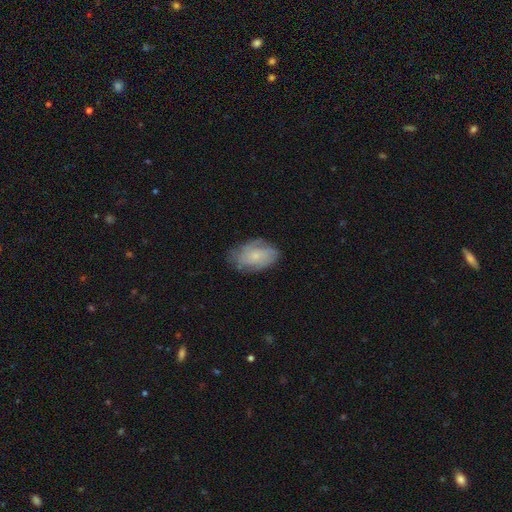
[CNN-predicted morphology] This is possibly a featured or disk galaxy (56%). It is clearly not viewed edge-on (96%). Bar: likely no (77%). Spiral arm pattern: clearly yes (86%). Central bulge: likely small (69%). Merging: likely none (71%).